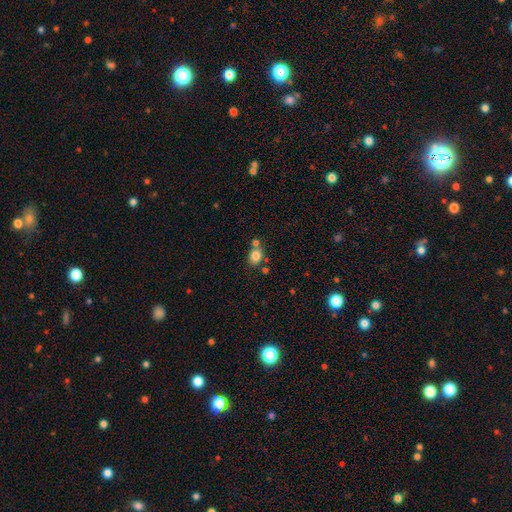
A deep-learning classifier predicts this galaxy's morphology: Smooth or featured? smooth (82%)
How rounded? round (53%)
Merging? none (60%)